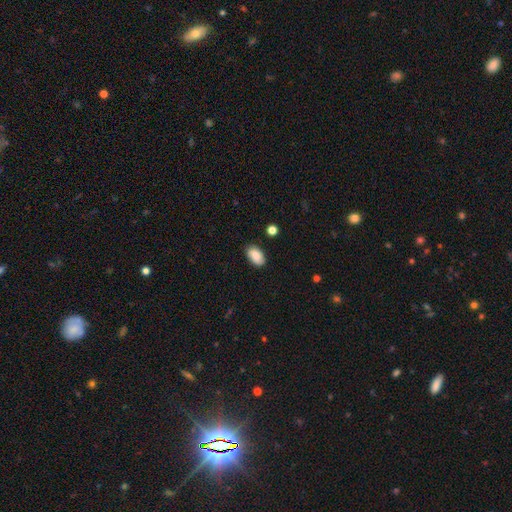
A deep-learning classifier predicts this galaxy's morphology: smooth 85%, featured or disk 8%, star or artifact 7%. Down the decision tree: how rounded — in between (93%); merging — none (82%).